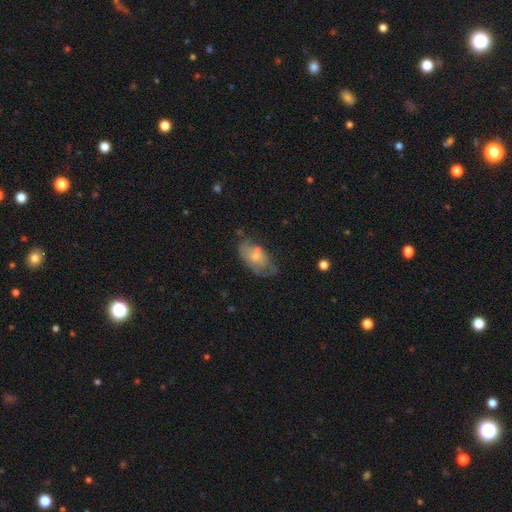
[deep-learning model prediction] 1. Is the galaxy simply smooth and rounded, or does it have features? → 53% smooth, 40% featured or disk, 7% star or artifact.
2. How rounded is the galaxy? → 92% in between, 6% round, 2% cigar-shaped.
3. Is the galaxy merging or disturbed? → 40% none, 33% minor disturbance, 20% major disturbance, 7% merger.